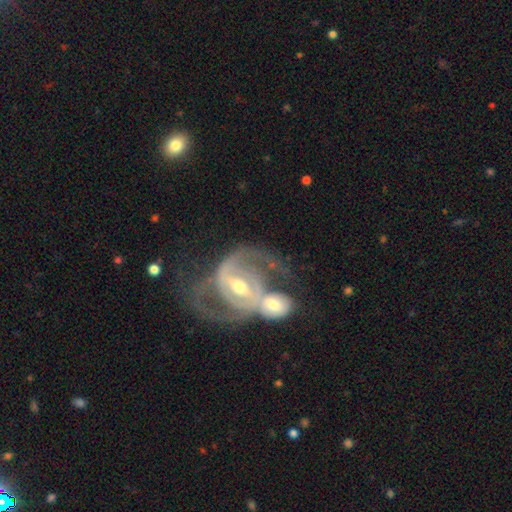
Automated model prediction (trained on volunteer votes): A featured or disk galaxy (89%) with a strong bar (42%), 2 (80%) medium (51%) spiral arms (95%) and a moderate central bulge (51%). Merging: merger (55%).